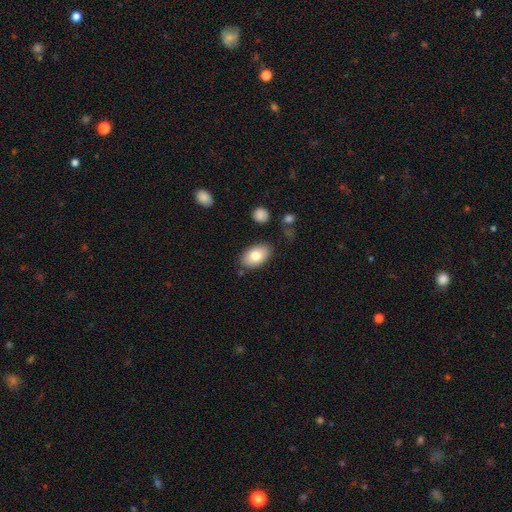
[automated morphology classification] Overall: smooth (80%). How rounded: in between (92%). Merging: none (83%).